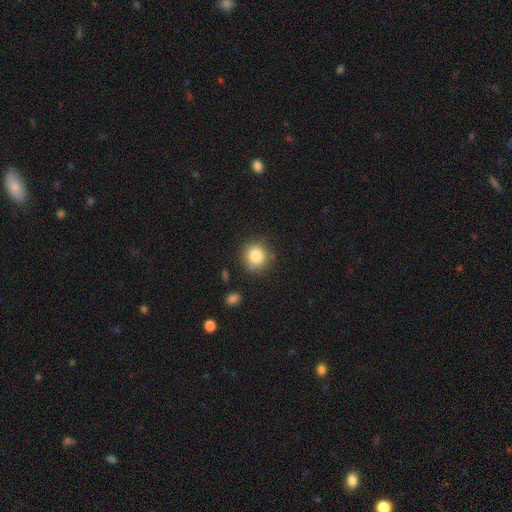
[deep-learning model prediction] Morphology: type=smooth (85%); roundness=round (87%); merging=none (81%).